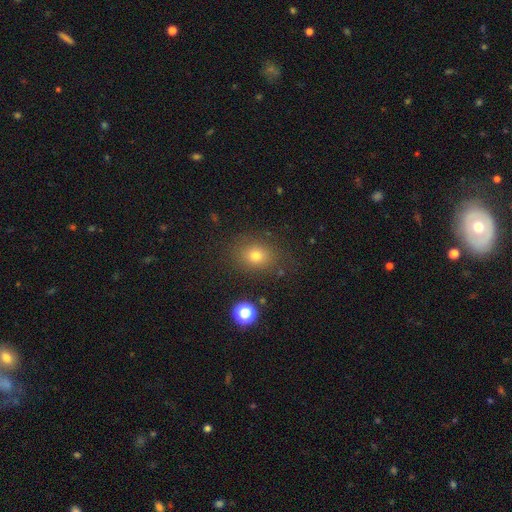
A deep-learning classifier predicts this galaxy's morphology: A smooth galaxy with no disk features (74%) that is round (51%). Merging: none (80%).